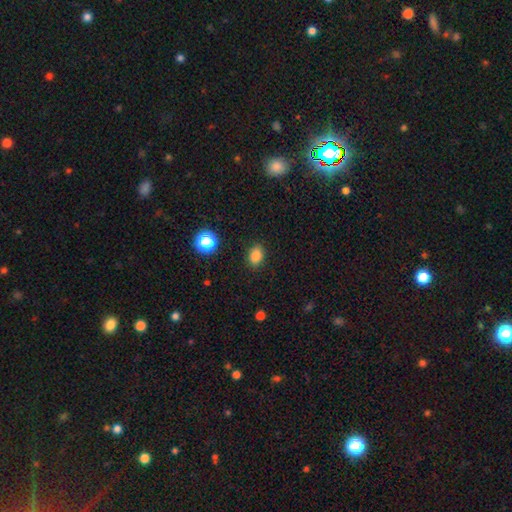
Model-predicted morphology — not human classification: Smooth or featured? smooth (83%)
How rounded? in between (76%)
Merging? none (86%)